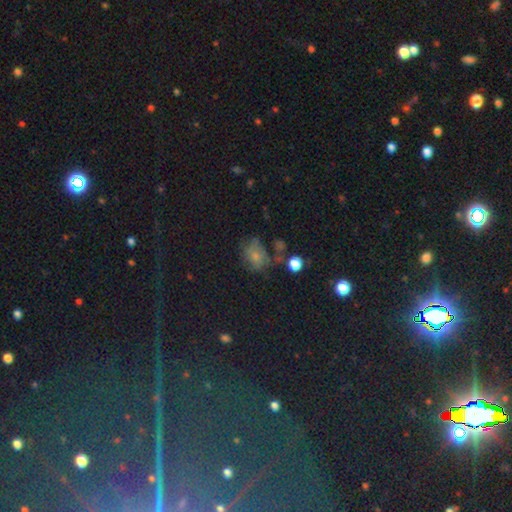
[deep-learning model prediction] Smooth or featured? Predicted: smooth (p=0.61). How rounded? Predicted: round (p=0.50). Merging? Predicted: none (p=0.41).